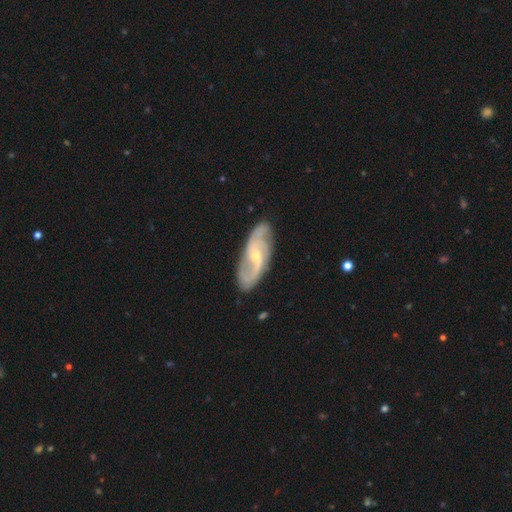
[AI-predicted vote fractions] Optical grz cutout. It shows a featured or disk galaxy (84%) with a weak bar (45%), 2 (65%) medium (45%) spiral arms (96%) and a small central bulge (67%). Merging: none (80%).